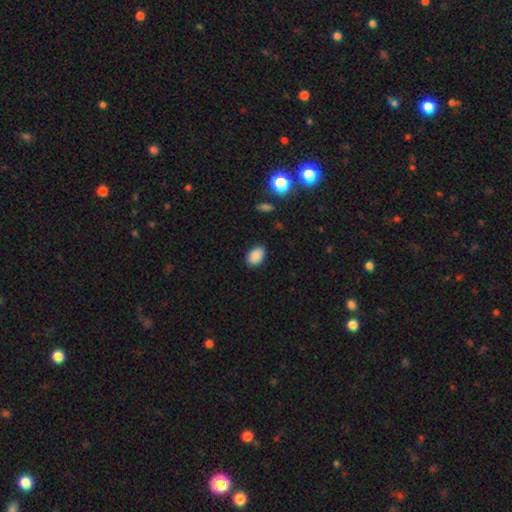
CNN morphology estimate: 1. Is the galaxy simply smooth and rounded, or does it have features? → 89% smooth, 8% star or artifact, 3% featured or disk.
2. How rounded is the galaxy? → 85% in between, 14% round, 1% cigar-shaped.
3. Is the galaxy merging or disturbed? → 88% none, 9% minor disturbance, 2% major disturbance, 1% merger.